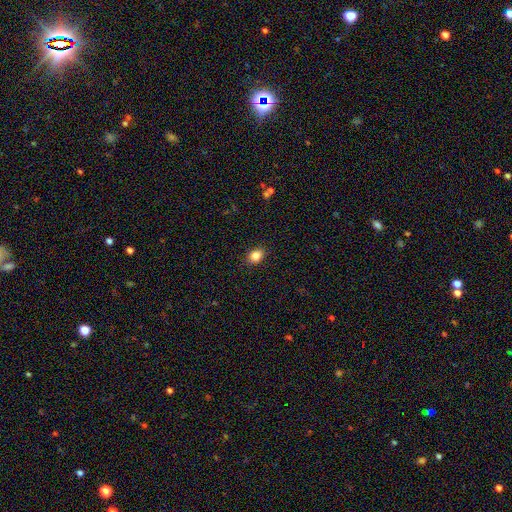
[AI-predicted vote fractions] This is clearly a smooth galaxy (85%). How rounded: likely in between (66%). Merging: clearly none (88%).